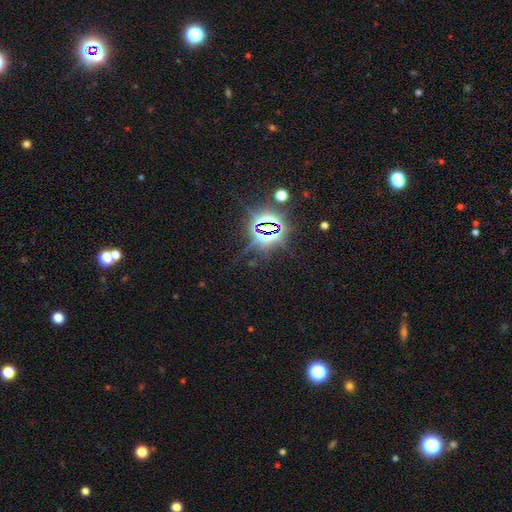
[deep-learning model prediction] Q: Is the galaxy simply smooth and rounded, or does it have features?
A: star or artifact — 82%.